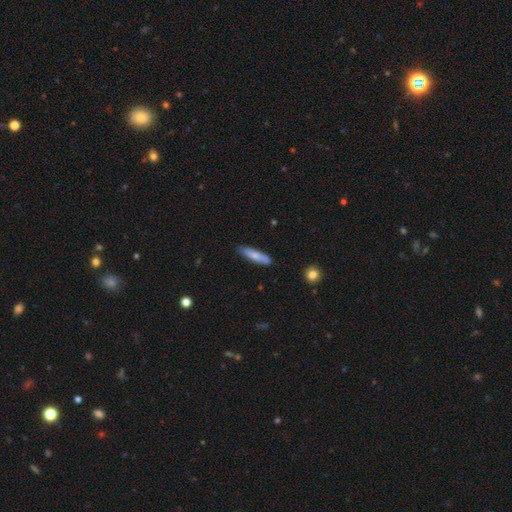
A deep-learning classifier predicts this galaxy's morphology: Smooth or featured? Predicted: smooth (p=0.74). How rounded? Predicted: cigar-shaped (p=0.80). Merging? Predicted: none (p=0.82).